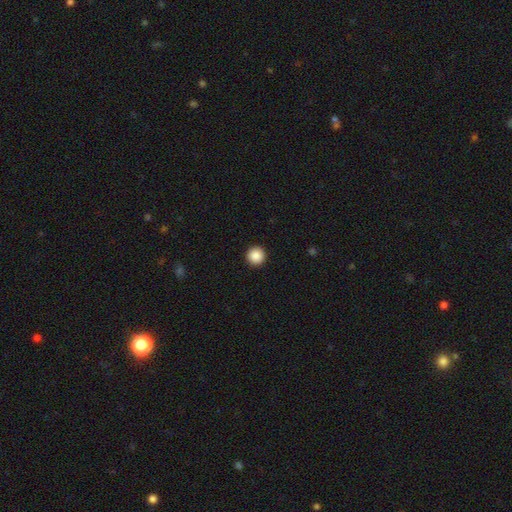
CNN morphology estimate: Smooth or featured? smooth (88%)
How rounded? round (96%)
Merging? none (94%)